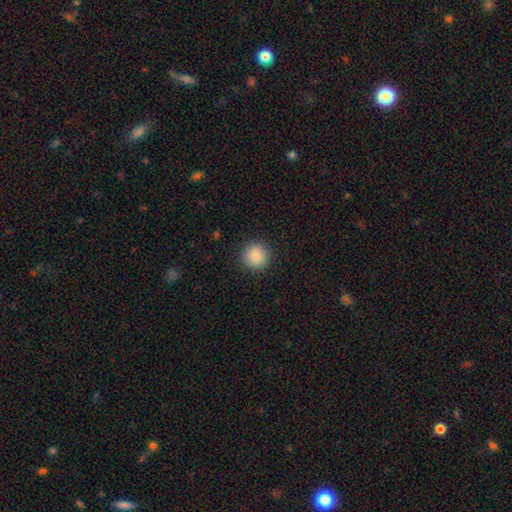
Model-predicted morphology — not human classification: type=smooth (88%); roundness=round (95%); merging=none (92%).